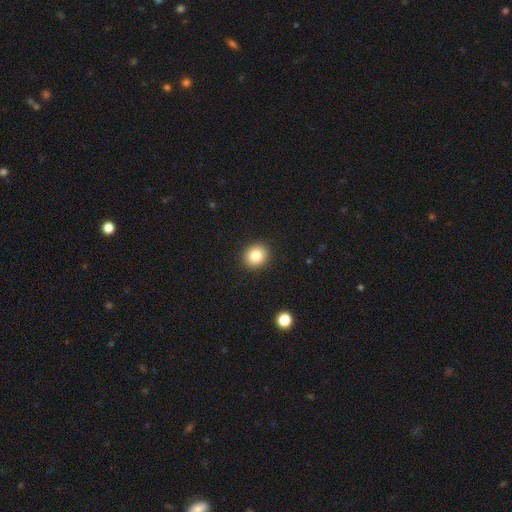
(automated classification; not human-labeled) smooth_or_featured: smooth (p=0.83) [alt: star or artifact p=0.10]
how_rounded: round (p=0.79) [alt: in between p=0.20]
merging: none (p=0.92) [alt: minor disturbance p=0.06]